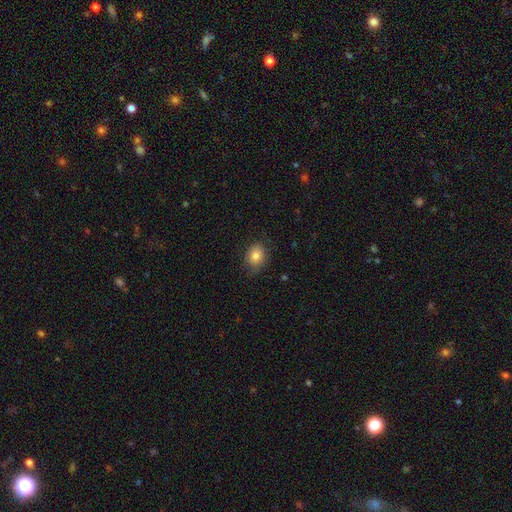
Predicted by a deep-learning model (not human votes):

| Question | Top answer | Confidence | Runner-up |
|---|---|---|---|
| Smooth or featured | smooth | 83% | star or artifact (9%) |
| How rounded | in between | 56% | round (43%) |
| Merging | none | 80% | minor disturbance (15%) |